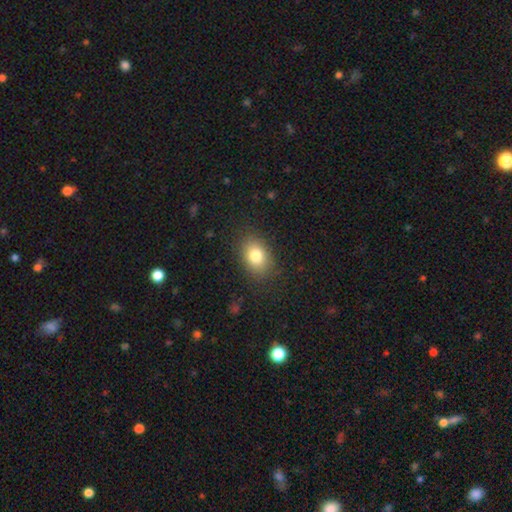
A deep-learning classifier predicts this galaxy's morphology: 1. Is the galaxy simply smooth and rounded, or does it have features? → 80% smooth, 10% star or artifact, 10% featured or disk.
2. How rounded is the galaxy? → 71% in between, 28% round, 1% cigar-shaped.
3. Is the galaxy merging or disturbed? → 85% none, 10% minor disturbance, 4% major disturbance, 1% merger.